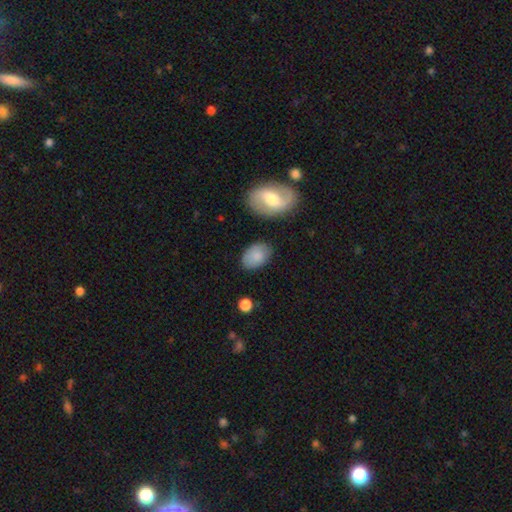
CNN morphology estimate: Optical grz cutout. It shows a smooth galaxy with no disk features (82%) that is in between round and cigar-shaped (87%). Merging: none (80%).